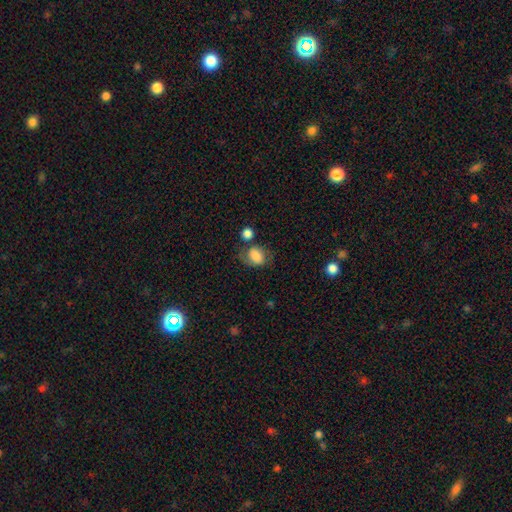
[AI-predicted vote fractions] Smooth or featured? Predicted: smooth (p=0.76). How rounded? Predicted: in between (p=0.63). Merging? Predicted: none (p=0.51).